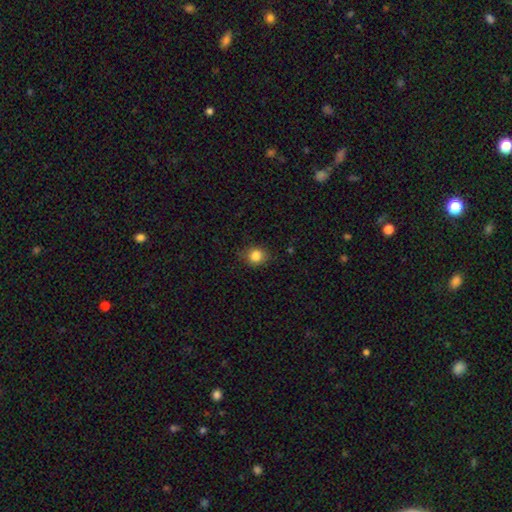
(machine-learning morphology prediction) The model was most divided on "how rounded": round: 73%, in between: 26%, cigar-shaped: 1%. More confident: smooth or featured — smooth (83%); merging — none (79%).